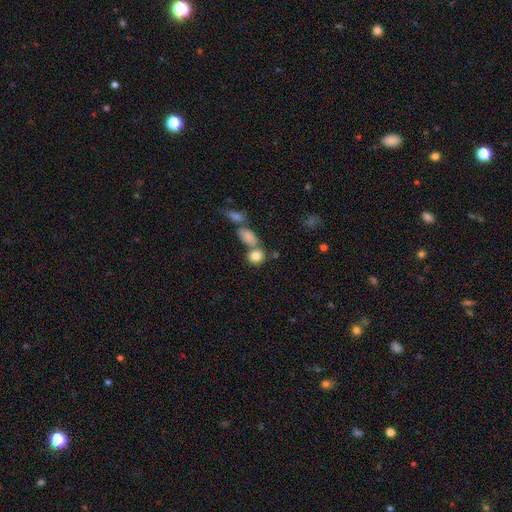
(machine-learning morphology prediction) The model was most divided on "merging": none: 51%, merger: 35%, minor disturbance: 10%, major disturbance: 5%. More confident: smooth or featured — smooth (81%); how rounded — round (70%).